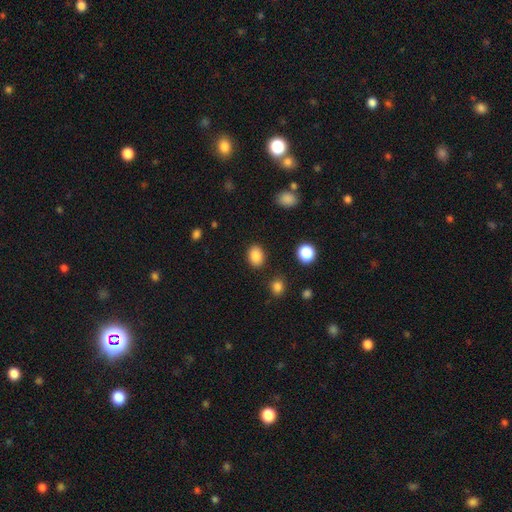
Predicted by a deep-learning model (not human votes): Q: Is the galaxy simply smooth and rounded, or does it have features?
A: smooth — 86%.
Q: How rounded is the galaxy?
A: in between — 69%.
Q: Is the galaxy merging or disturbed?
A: none — 87%.